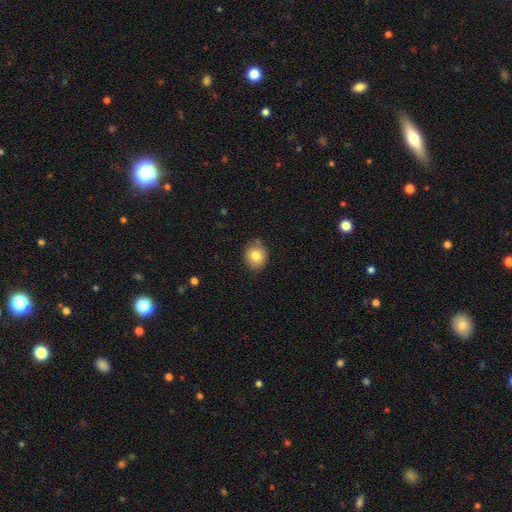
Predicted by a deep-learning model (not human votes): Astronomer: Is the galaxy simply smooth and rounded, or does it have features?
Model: smooth — 81%.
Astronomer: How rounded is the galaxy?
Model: round — 73%.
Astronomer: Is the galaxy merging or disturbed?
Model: none — 81%.